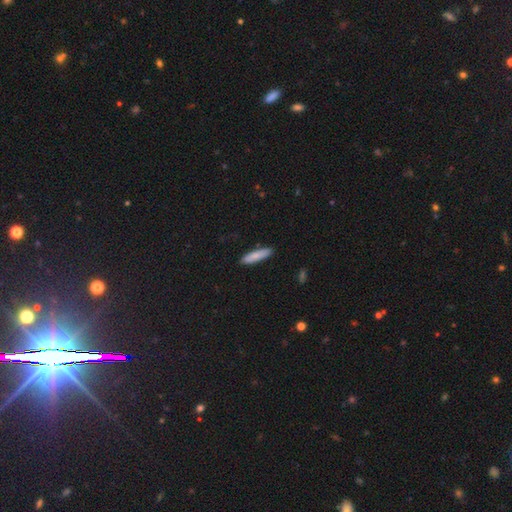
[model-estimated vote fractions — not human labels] Smooth or featured? smooth (82%)
How rounded? cigar-shaped (78%)
Merging? none (88%)